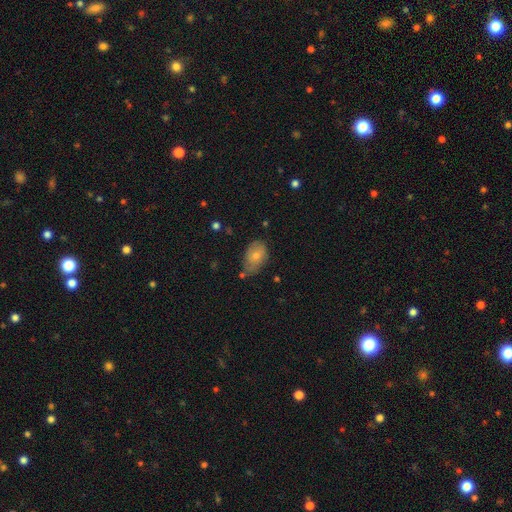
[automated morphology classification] Overall: smooth (71%). How rounded: in between (84%). Merging: none (49%; minor disturbance 35%).